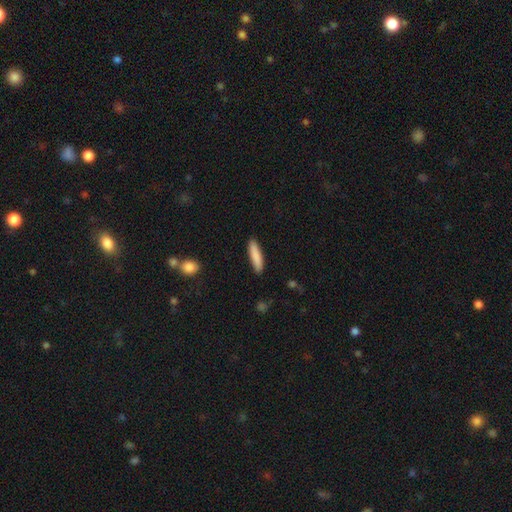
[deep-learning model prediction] Morphology: type=smooth (86%); roundness=cigar-shaped (82%); merging=none (89%).